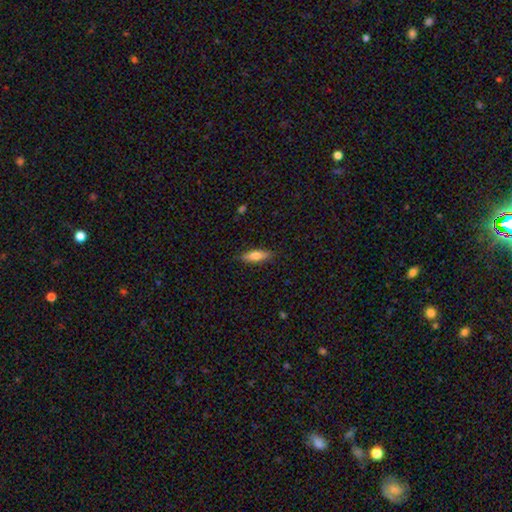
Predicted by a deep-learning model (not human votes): A smooth galaxy with no disk features (64%) that is cigar-shaped (56%).

Vote fractions:
- Smooth or featured? smooth: 64% / featured or disk: 30% / star or artifact: 6%
- How rounded? cigar-shaped: 56% / in between: 42% / round: 2%
- Merging? none: 87% / minor disturbance: 10% / major disturbance: 2% / merger: 1%